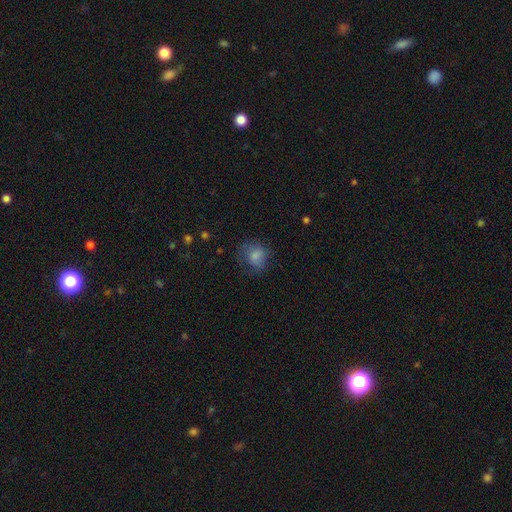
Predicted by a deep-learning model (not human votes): A smooth galaxy with no disk features (76%) that is round (64%).

Vote fractions:
- Smooth or featured? smooth: 76% / featured or disk: 13% / star or artifact: 11%
- How rounded? round: 64% / in between: 35% / cigar-shaped: 1%
- Merging? none: 55% / minor disturbance: 24% / major disturbance: 19% / merger: 2%